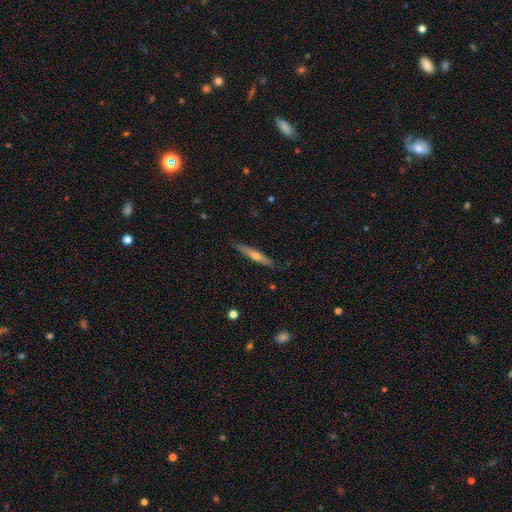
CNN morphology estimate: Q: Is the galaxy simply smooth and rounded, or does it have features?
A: featured or disk — 55%.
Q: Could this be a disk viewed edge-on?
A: yes — 94%.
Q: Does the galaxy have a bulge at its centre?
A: rounded — 80%.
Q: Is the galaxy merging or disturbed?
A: none — 86%.